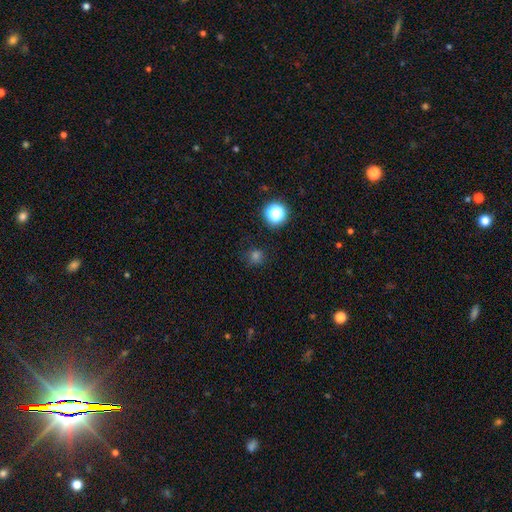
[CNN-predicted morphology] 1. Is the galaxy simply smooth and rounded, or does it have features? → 68% smooth, 27% star or artifact, 5% featured or disk.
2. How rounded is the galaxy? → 88% round, 11% in between, 1% cigar-shaped.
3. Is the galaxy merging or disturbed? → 80% none, 12% minor disturbance, 4% major disturbance, 3% merger.